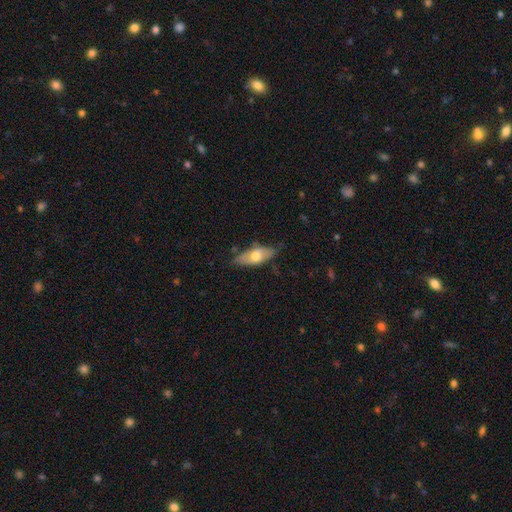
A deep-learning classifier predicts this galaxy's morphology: Smooth or featured: smooth — 56% (featured or disk — 38%)
How rounded: in between — 76% (cigar-shaped — 20%)
Merging: none — 70% (minor disturbance — 23%)